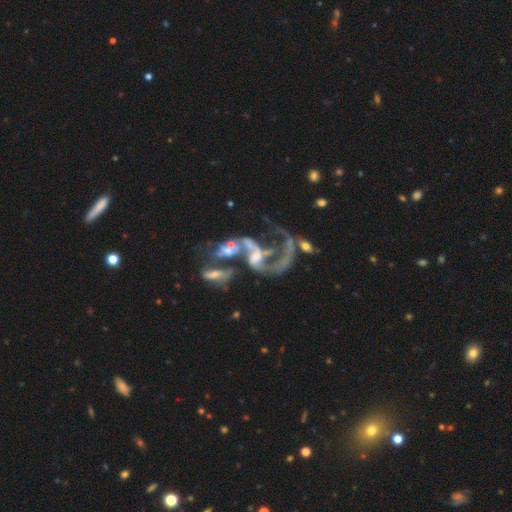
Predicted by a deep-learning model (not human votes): This appears to be a featured or disk galaxy (82%) with no bar (54%), 2 (51%) loose (70%) spiral arms (75%) and no central bulge (32%). Merging: merger (45%).